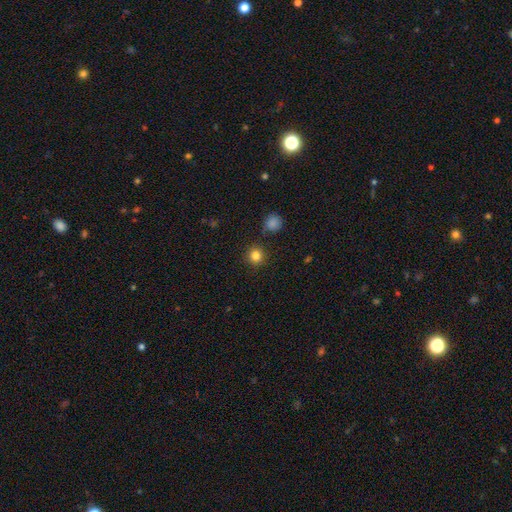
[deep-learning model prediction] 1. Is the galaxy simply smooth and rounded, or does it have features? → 83% smooth, 12% star or artifact, 5% featured or disk.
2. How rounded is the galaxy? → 93% round, 6% in between, 1% cigar-shaped.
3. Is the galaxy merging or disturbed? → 88% none, 7% minor disturbance, 3% merger, 2% major disturbance.